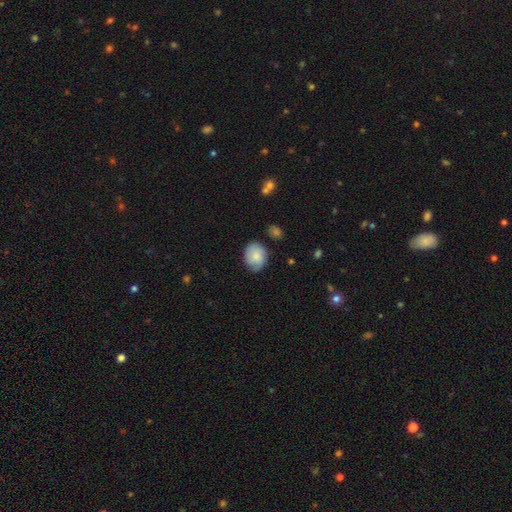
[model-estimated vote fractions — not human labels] Smooth or featured? Predicted: smooth (p=0.78). How rounded? Predicted: round (p=0.54). Merging? Predicted: none (p=0.68).